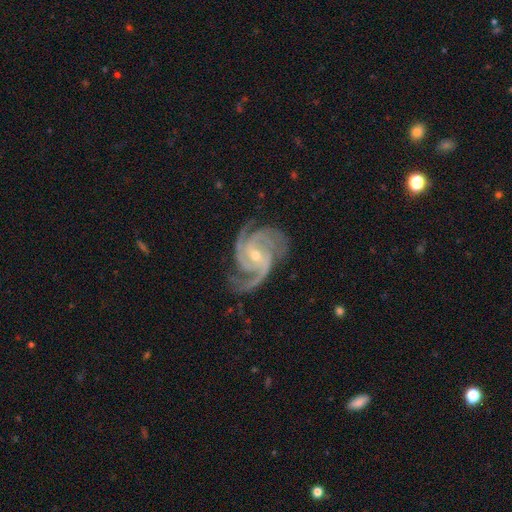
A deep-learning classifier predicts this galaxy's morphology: Q: Smooth or featured?
A: featured or disk (94%); runner-up: star or artifact (4%)
Q: Edge-on disk?
A: no (98%); runner-up: yes (2%)
Q: Bar?
A: no (50%); runner-up: weak (34%)
Q: Spiral arms?
A: yes (99%); runner-up: no (1%)
Q: Spiral winding?
A: tight (50%); runner-up: medium (44%)
Q: Spiral arm count?
A: 3 (60%); runner-up: 4 (18%)
Q: Bulge size?
A: small (57%); runner-up: moderate (41%)
Q: Merging?
A: none (75%); runner-up: minor disturbance (17%)